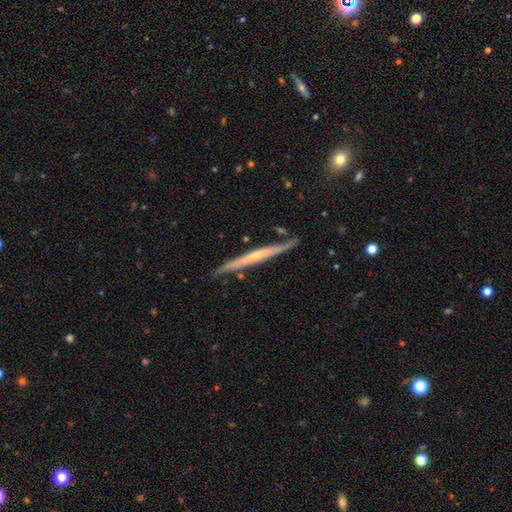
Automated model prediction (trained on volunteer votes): Smooth or featured? featured or disk (66%)
Edge-on disk? yes (96%)
Edge-on bulge? none (64%)
Merging? none (80%)